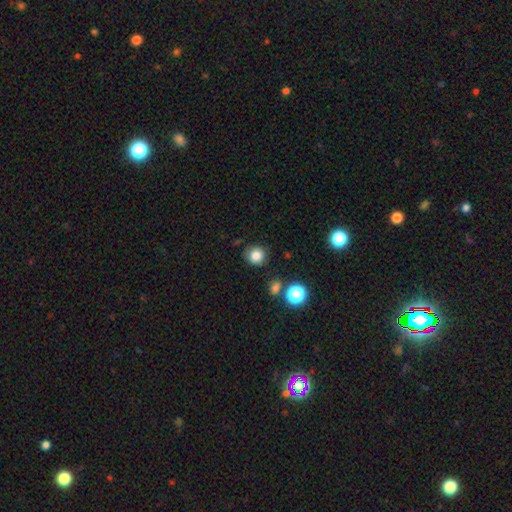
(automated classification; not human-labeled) The model was most divided on "merging": none: 82%, minor disturbance: 12%, major disturbance: 3%, merger: 3%. More confident: how rounded — round (87%); smooth or featured — smooth (83%).